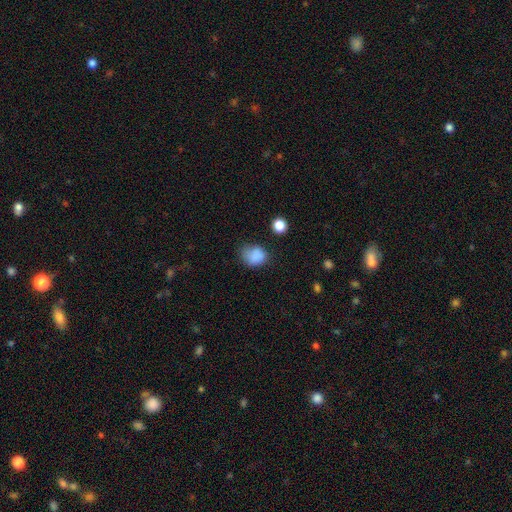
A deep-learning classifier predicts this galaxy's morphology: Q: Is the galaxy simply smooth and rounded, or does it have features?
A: smooth — 82%.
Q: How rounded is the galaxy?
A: round — 53%.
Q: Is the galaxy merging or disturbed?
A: none — 52%.